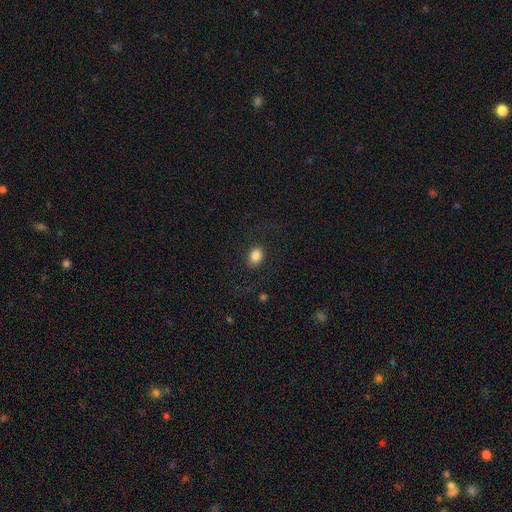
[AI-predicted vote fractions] Overall: smooth (83%). How rounded: in between (66%; round 33%). Merging: none (82%).